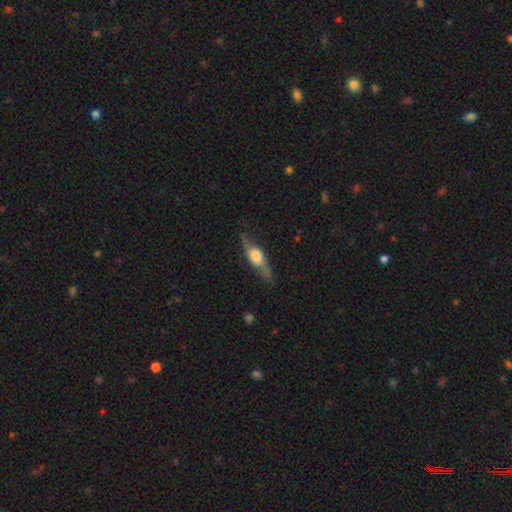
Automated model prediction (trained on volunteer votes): This appears to be a featured or disk galaxy (63%) viewed edge-on (78%). Merging: none (70%).